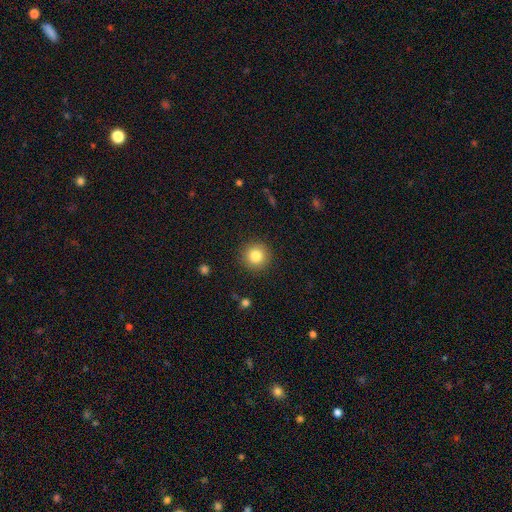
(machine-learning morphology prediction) This is clearly a smooth galaxy (83%). How rounded: clearly round (95%). Merging: clearly none (91%).